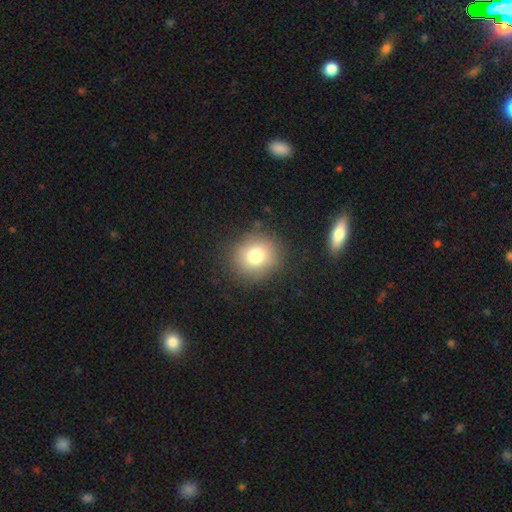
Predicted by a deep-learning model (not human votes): Smooth or featured?
  - smooth: 77% *
  - star or artifact: 13%
  - featured or disk: 10%
How rounded?
  - round: 88% *
  - in between: 11%
  - cigar-shaped: 1%
Merging?
  - none: 87% *
  - minor disturbance: 8%
  - major disturbance: 3%
  - merger: 1%